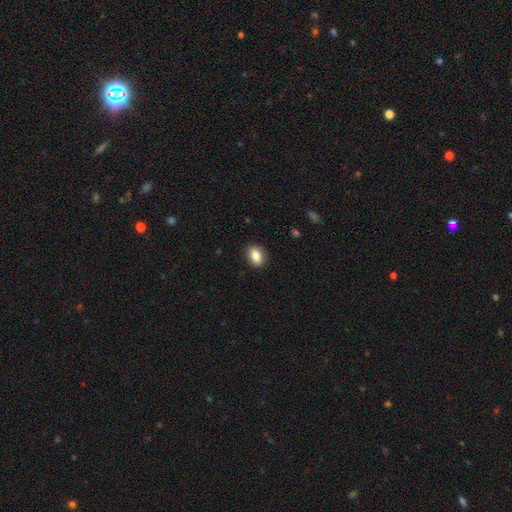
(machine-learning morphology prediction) smooth-or-featured: smooth: 85% | star or artifact: 8% | featured or disk: 7%
  how-rounded: in between: 76% | round: 22% | cigar-shaped: 2%
  merging: none: 88% | minor disturbance: 9% | major disturbance: 2% | merger: 1%